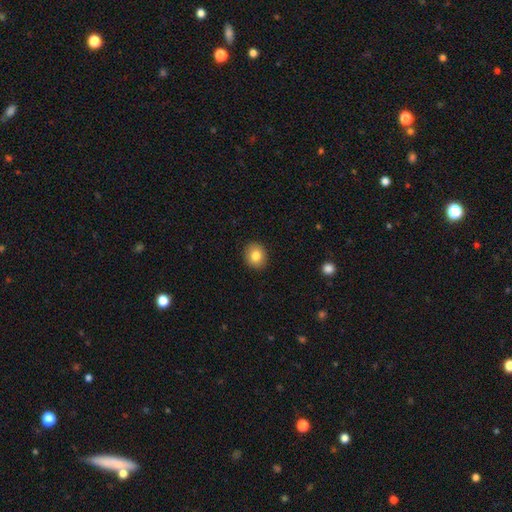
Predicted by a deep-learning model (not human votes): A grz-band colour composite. It shows a smooth galaxy with no disk features (82%) that is round (67%). Merging: none (91%).